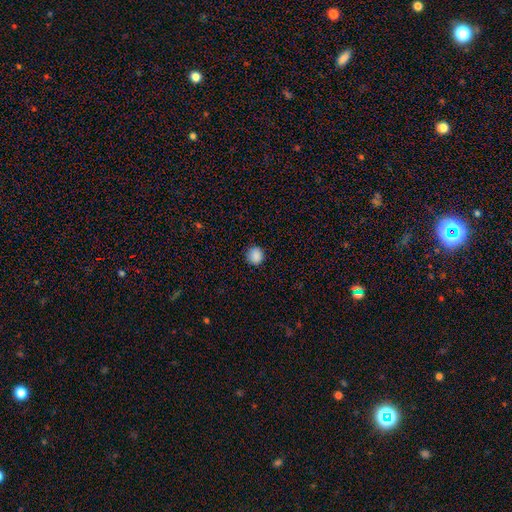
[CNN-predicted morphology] Overall: smooth (88%). How rounded: round (88%). Merging: none (89%).